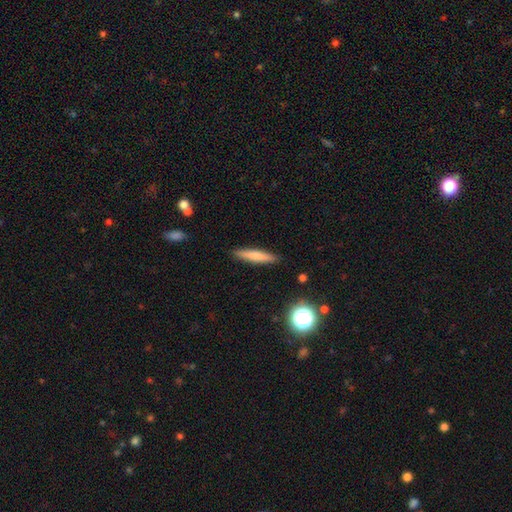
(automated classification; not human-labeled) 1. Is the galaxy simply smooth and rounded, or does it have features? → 72% smooth, 21% featured or disk, 7% star or artifact.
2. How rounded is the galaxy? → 89% cigar-shaped, 10% in between, 2% round.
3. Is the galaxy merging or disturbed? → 90% none, 7% minor disturbance, 2% major disturbance, 1% merger.